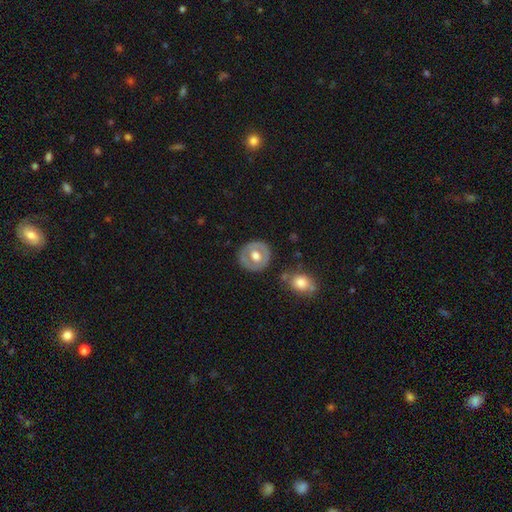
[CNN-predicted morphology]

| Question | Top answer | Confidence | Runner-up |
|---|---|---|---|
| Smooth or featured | smooth | 47% | tied: featured or disk (47%) |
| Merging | none | 82% | minor disturbance (11%) |